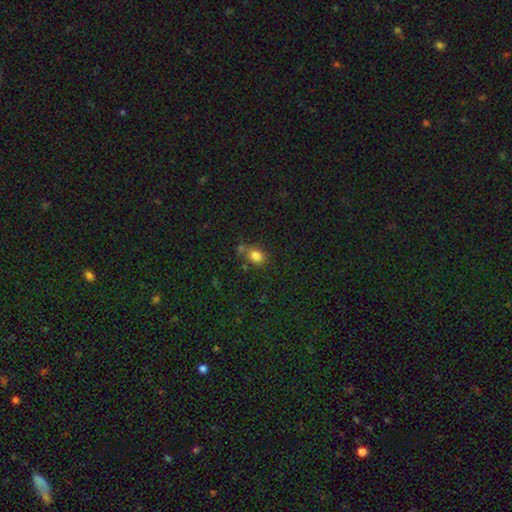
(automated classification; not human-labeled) Overall: smooth (81%). How rounded: in between (55%; round 44%). Merging: none (61%).